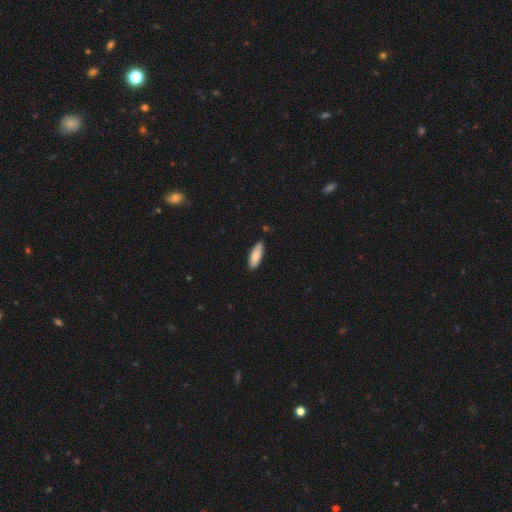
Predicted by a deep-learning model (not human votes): The model was most divided on "how rounded": in between: 55%, cigar-shaped: 44%, round: 1%. More confident: smooth or featured — smooth (86%); merging — none (84%).